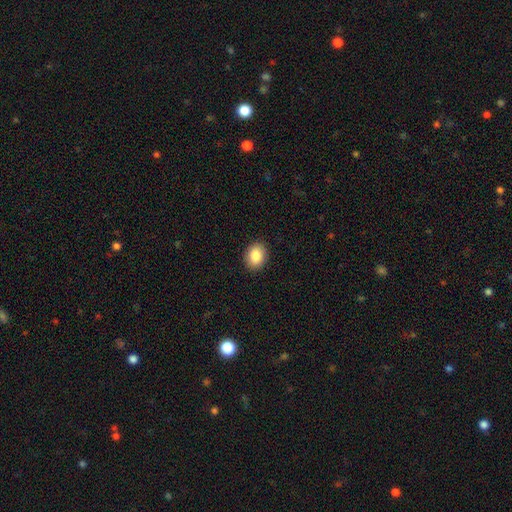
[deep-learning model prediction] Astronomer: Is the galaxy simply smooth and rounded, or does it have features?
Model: smooth — 86%.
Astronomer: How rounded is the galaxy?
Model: in between — 56% (runner-up: round, 43%).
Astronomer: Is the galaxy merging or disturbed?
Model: none — 91%.